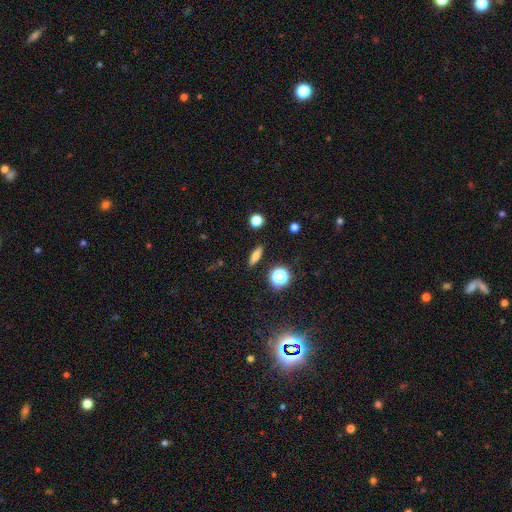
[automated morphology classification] smooth_or_featured: smooth (p=0.69) [alt: featured or disk p=0.19]
how_rounded: cigar-shaped (p=0.47) [alt: in between p=0.41]
merging: none (p=0.89) [alt: minor disturbance p=0.07]